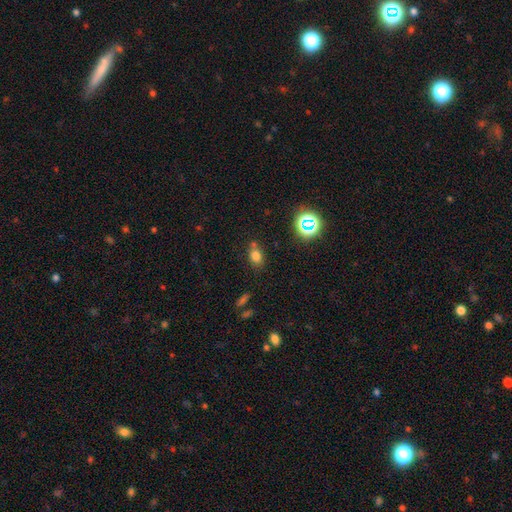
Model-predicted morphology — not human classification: smooth 72%, star or artifact 19%, featured or disk 9%. Down the decision tree: how rounded — in between (70%); merging — none (67%).